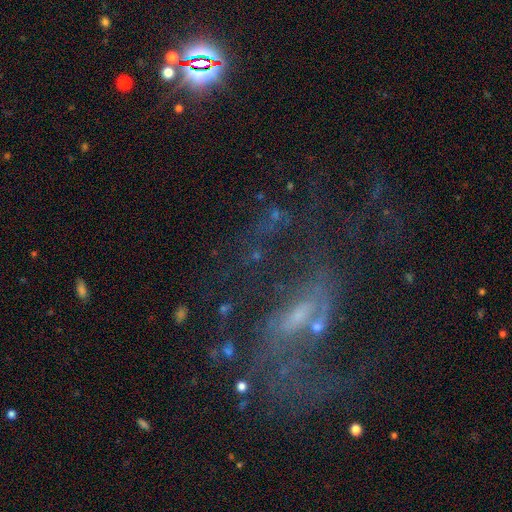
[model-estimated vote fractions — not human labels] The model was most divided on "smooth or featured": featured or disk: 45%, star or artifact: 29%, smooth: 26%. More confident: merging — none (54%).